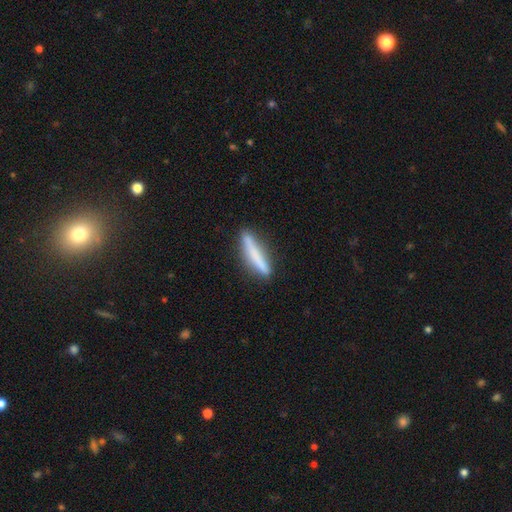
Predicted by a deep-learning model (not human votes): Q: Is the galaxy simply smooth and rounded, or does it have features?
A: smooth — 66%.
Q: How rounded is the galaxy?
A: cigar-shaped — 92%.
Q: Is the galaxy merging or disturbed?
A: none — 85%.